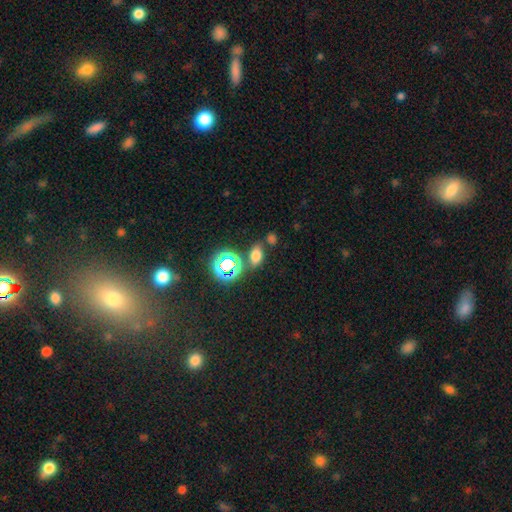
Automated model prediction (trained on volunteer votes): smooth_or_featured: smooth (p=0.67) [alt: star or artifact p=0.24]
how_rounded: in between (p=0.83) [alt: round p=0.14]
merging: none (p=0.70) [alt: minor disturbance p=0.13]